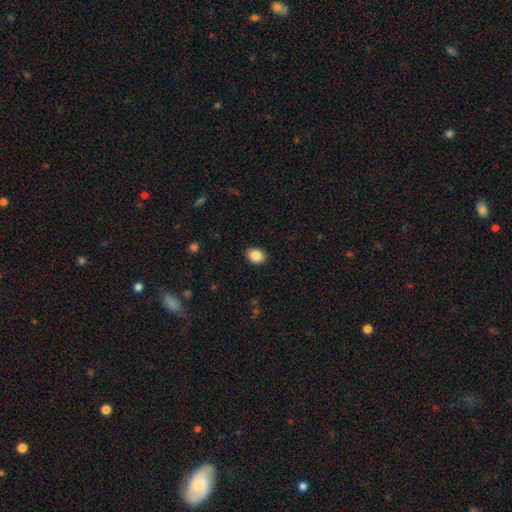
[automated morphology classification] Q: Smooth or featured?
A: smooth (88%); runner-up: star or artifact (8%)
Q: How rounded?
A: in between (61%); runner-up: round (38%)
Q: Merging?
A: none (90%); runner-up: minor disturbance (7%)